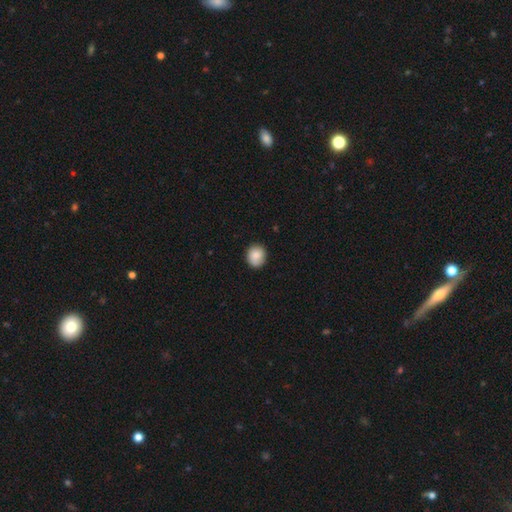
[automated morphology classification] smooth-or-featured: smooth: 86% | star or artifact: 8% | featured or disk: 7%
  how-rounded: round: 80% | in between: 19% | cigar-shaped: 1%
  merging: none: 85% | minor disturbance: 12% | major disturbance: 2% | merger: 1%